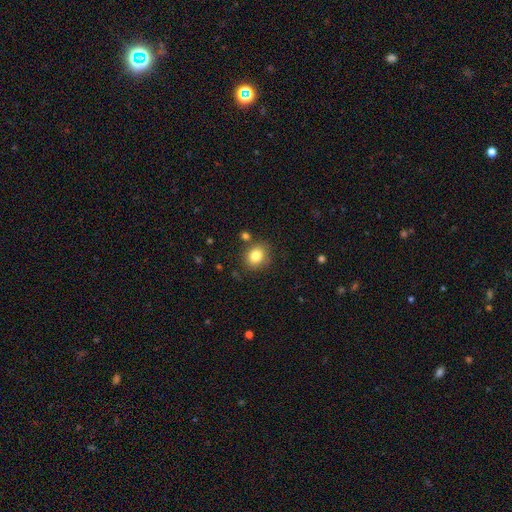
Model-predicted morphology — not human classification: smooth-or-featured: smooth: 83% | star or artifact: 10% | featured or disk: 7%
  how-rounded: round: 64% | in between: 36% | cigar-shaped: 1%
  merging: none: 80% | minor disturbance: 11% | merger: 5% | major disturbance: 3%